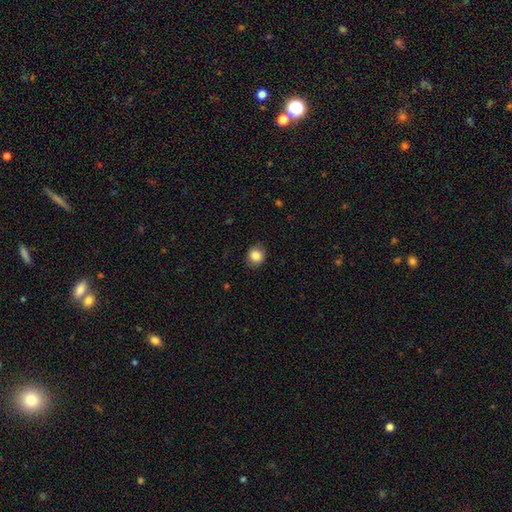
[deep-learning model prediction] Smooth or featured: smooth — 84% (star or artifact — 9%)
How rounded: round — 70% (in between — 29%)
Merging: none — 84% (minor disturbance — 12%)